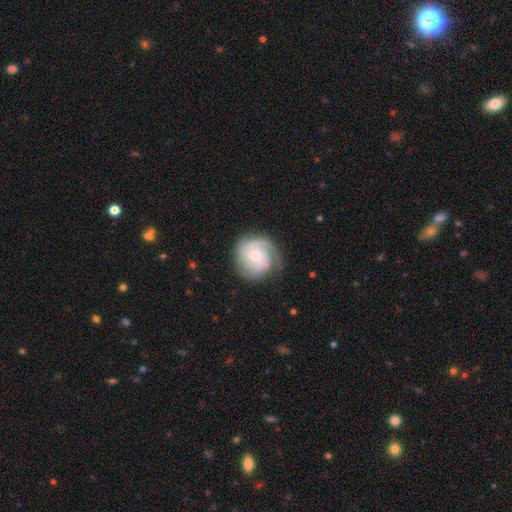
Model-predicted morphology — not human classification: featured or disk 76%, smooth 18%, star or artifact 6%. Down the decision tree: edge-on disk — no (98%); bar — no (73%); spiral arms — yes (94%); spiral arm count — 2 (32%); spiral winding — tight (60%); bulge size — small (48%); merging — none (73%).